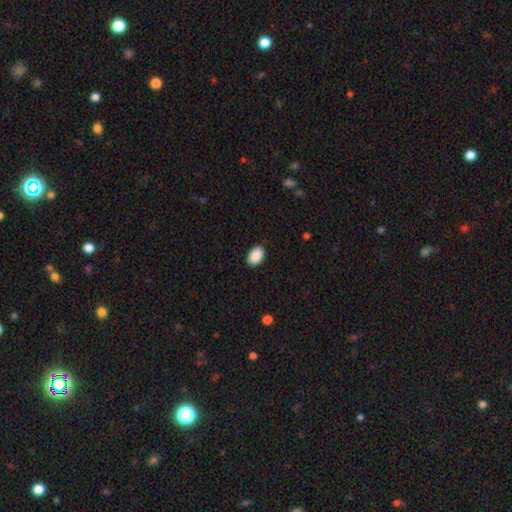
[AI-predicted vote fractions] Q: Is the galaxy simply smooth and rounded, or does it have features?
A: smooth — 91%.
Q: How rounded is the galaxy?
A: in between — 86%.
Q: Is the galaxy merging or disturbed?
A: none — 87%.